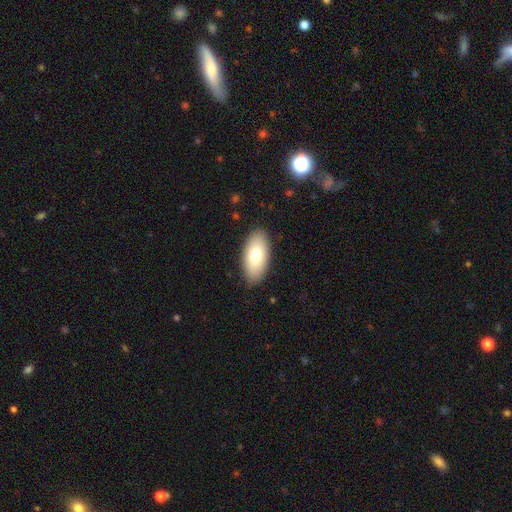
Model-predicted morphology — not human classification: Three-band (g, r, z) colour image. It shows a smooth galaxy with no disk features (74%) that is in between round and cigar-shaped (93%). Merging: none (88%).